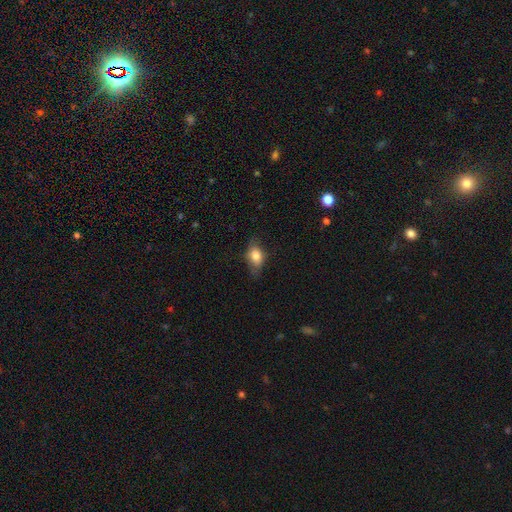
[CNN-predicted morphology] A smooth galaxy with no disk features (77%) that is in between round and cigar-shaped (80%).

Vote fractions:
- Smooth or featured? smooth: 77% / featured or disk: 15% / star or artifact: 8%
- How rounded? in between: 80% / round: 15% / cigar-shaped: 5%
- Merging? none: 63% / minor disturbance: 27% / major disturbance: 9% / merger: 1%